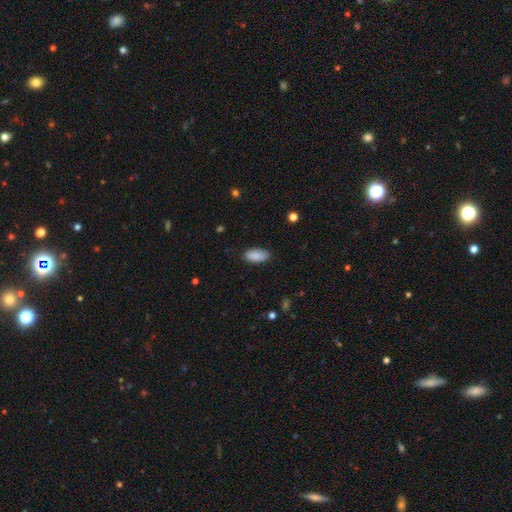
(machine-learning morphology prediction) type=smooth (88%); roundness=in between (92%); merging=none (82%).